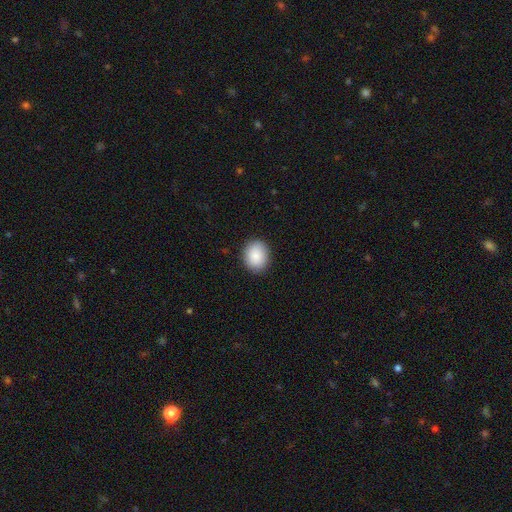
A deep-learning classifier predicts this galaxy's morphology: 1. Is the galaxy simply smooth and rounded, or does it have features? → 88% smooth, 7% star or artifact, 5% featured or disk.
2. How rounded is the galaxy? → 50% in between, 49% round, 1% cigar-shaped.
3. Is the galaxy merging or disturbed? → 89% none, 8% minor disturbance, 2% major disturbance, 1% merger.